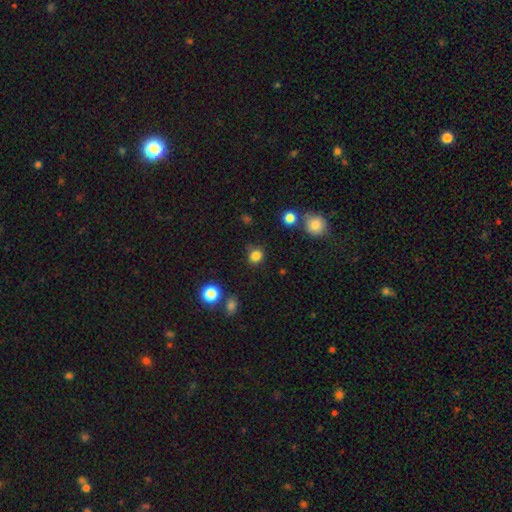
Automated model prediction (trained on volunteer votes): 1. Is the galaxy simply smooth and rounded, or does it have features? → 83% smooth, 13% star or artifact, 4% featured or disk.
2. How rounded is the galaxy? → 85% round, 14% in between, 1% cigar-shaped.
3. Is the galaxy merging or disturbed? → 81% none, 12% minor disturbance, 3% major disturbance, 3% merger.